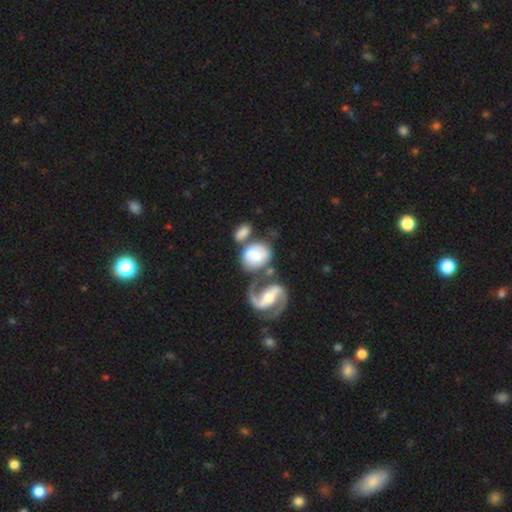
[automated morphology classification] A featured or disk galaxy (54%) with a weak bar (39%), spiral arms (78%) and a moderate central bulge (46%). Merging: merger (41%).